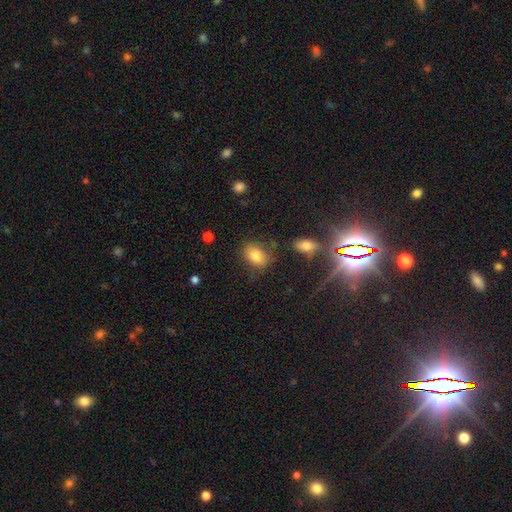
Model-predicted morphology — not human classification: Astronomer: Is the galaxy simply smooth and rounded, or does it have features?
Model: smooth — 80%.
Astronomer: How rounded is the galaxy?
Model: in between — 79%.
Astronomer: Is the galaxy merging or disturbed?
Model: none — 67%.